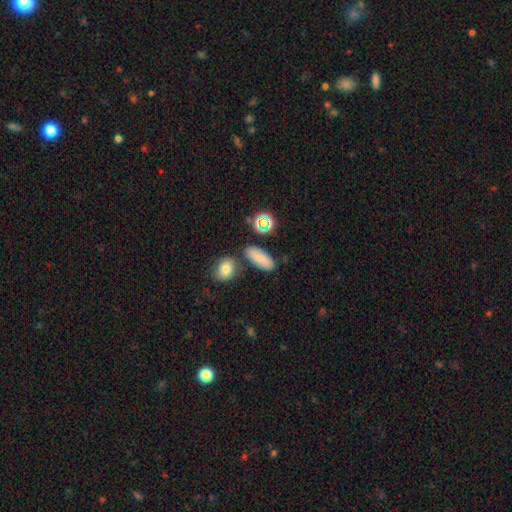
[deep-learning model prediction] smooth-or-featured: smooth: 73% | star or artifact: 17% | featured or disk: 10%
  how-rounded: in between: 70% | cigar-shaped: 21% | round: 9%
  merging: none: 75% | minor disturbance: 13% | merger: 8% | major disturbance: 4%